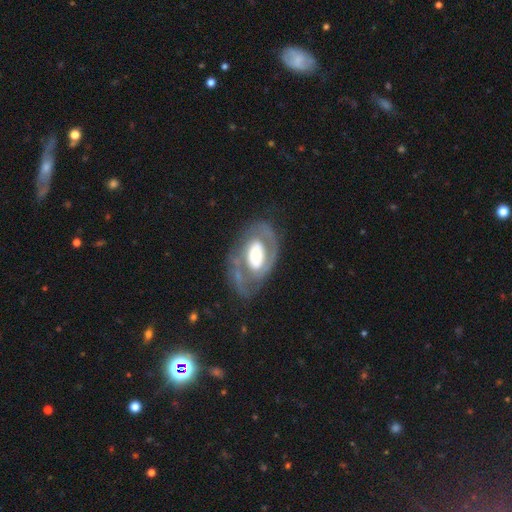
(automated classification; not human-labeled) A featured or disk galaxy (73%) with no bar (70%), spiral arms (55%) and a moderate central bulge (51%).

Vote fractions:
- Smooth or featured? featured or disk: 73% / smooth: 22% / star or artifact: 5%
- Edge-on disk? no: 94% / yes: 6%
- Bar? no: 70% / weak: 20% / strong: 11%
- Spiral arms? yes: 55% / no: 45%
- Bulge size? moderate: 51% / large: 26% / small: 18% / dominant: 3% / none: 1%
- Merging? none: 61% / minor disturbance: 19% / major disturbance: 17% / merger: 3%